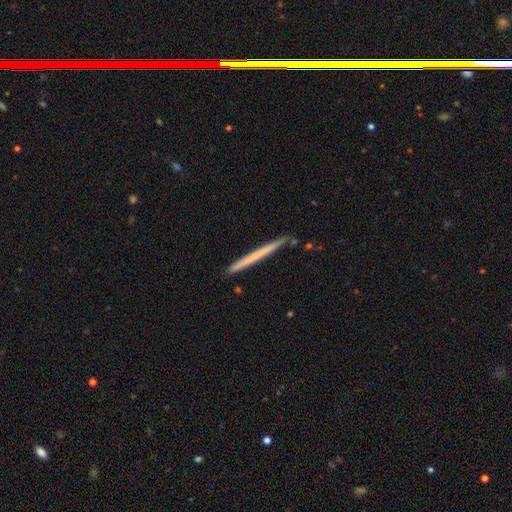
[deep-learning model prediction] This appears to be a smooth galaxy with no disk features (51%) that is cigar-shaped (97%). Merging: none (86%).